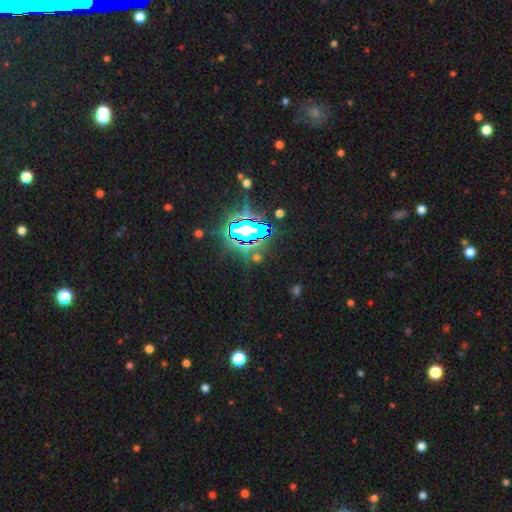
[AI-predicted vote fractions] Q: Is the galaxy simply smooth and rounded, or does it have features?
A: star or artifact — 77%.